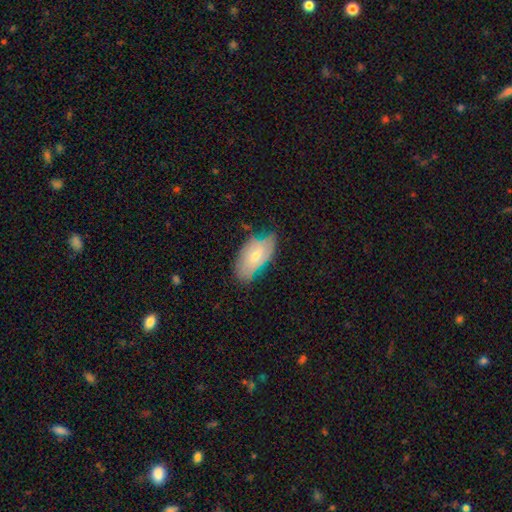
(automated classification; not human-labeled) smooth 49%, featured or disk 44%, star or artifact 7%. Down the decision tree: merging — none (55%).